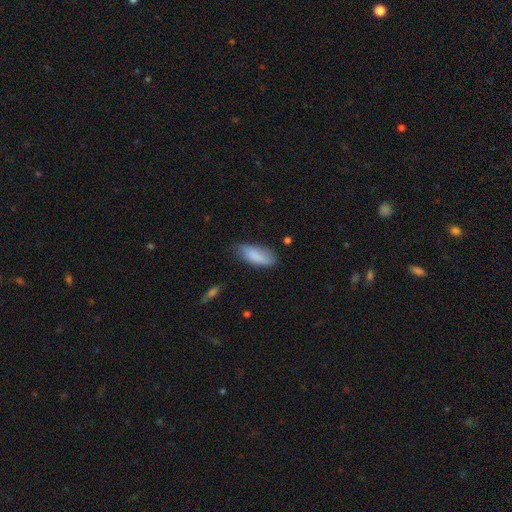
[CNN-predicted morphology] Smooth or featured? smooth (84%)
How rounded? in between (76%)
Merging? none (64%)